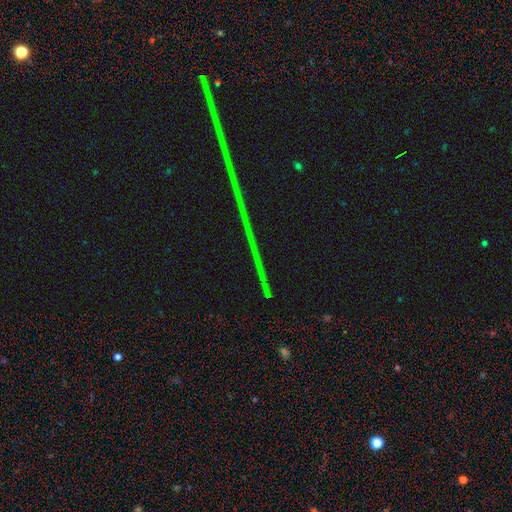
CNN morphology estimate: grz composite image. It shows a star or artifact, not a galaxy (87%).